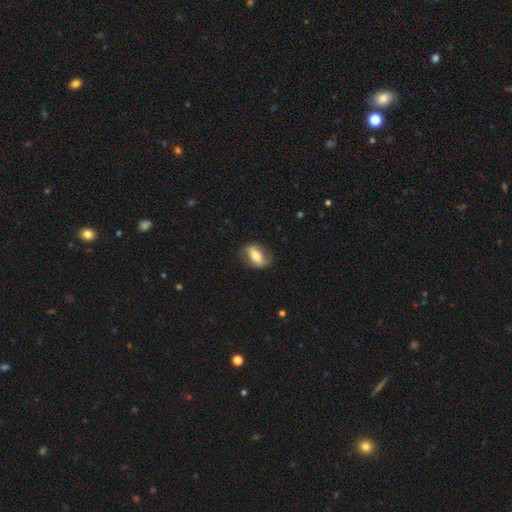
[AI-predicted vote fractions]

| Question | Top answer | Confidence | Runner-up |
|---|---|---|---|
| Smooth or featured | smooth | 59% | featured or disk (34%) |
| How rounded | in between | 81% | cigar-shaped (10%) |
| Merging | none | 76% | minor disturbance (17%) |